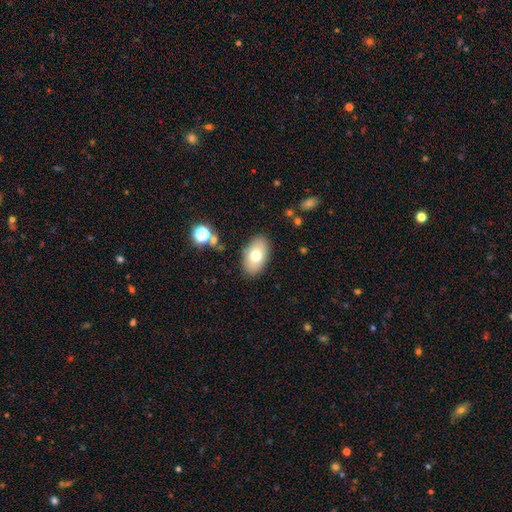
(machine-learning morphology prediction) Smooth or featured?
  - smooth: 72% *
  - featured or disk: 20%
  - star or artifact: 8%
How rounded?
  - in between: 92% *
  - round: 6%
  - cigar-shaped: 1%
Merging?
  - none: 87% *
  - minor disturbance: 9%
  - major disturbance: 3%
  - merger: 2%